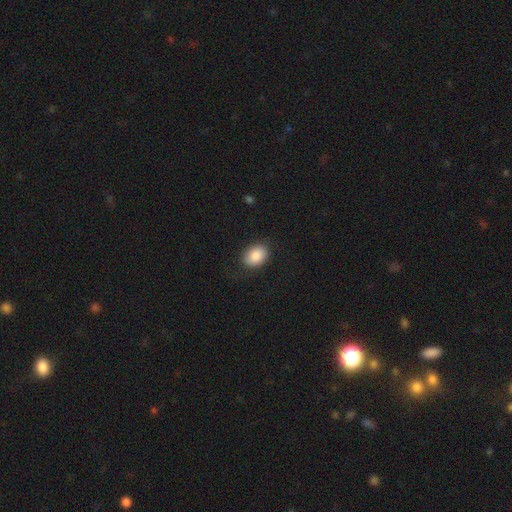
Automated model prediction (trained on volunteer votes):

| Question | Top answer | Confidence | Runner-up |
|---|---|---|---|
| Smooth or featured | smooth | 88% | star or artifact (7%) |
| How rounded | in between | 71% | round (28%) |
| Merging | none | 83% | minor disturbance (13%) |